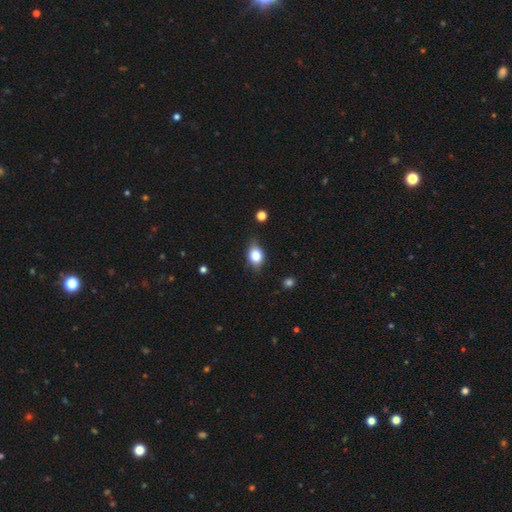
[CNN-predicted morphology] This appears to be a smooth galaxy with no disk features (77%) that is in between round and cigar-shaped (67%). Merging: none (72%).